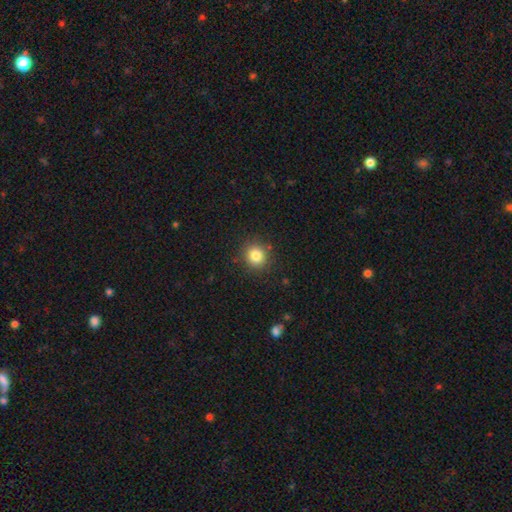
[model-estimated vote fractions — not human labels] A smooth galaxy with no disk features (83%) that is round (88%).

Vote fractions:
- Smooth or featured? smooth: 83% / star or artifact: 12% / featured or disk: 5%
- How rounded? round: 88% / in between: 11% / cigar-shaped: 1%
- Merging? none: 88% / minor disturbance: 8% / major disturbance: 3% / merger: 1%